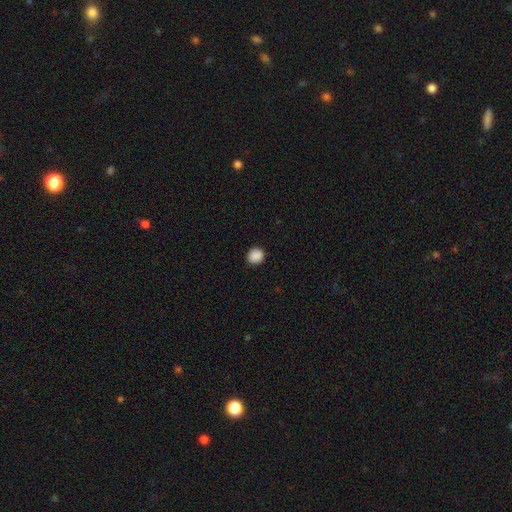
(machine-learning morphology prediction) Smooth or featured? smooth (89%)
How rounded? round (88%)
Merging? none (91%)